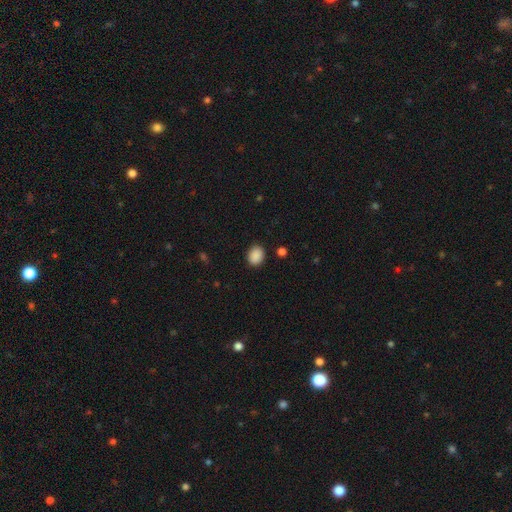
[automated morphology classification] smooth_or_featured: smooth (p=0.89) [alt: star or artifact p=0.08]
how_rounded: in between (p=0.54) [alt: round p=0.45]
merging: none (p=0.87) [alt: minor disturbance p=0.09]